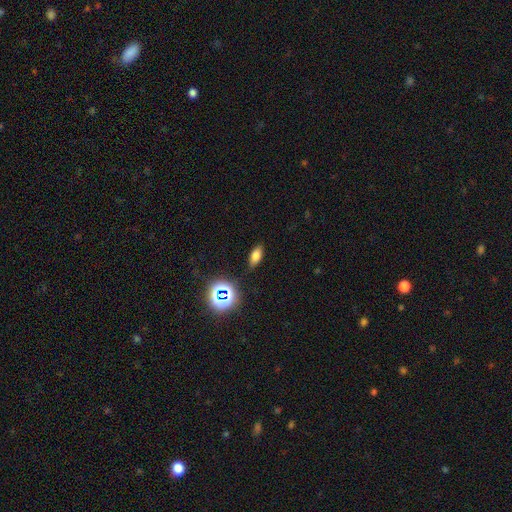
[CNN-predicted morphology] smooth_or_featured: smooth (p=0.71) [alt: star or artifact p=0.18]
how_rounded: in between (p=0.79) [alt: cigar-shaped p=0.13]
merging: none (p=0.85) [alt: minor disturbance p=0.10]